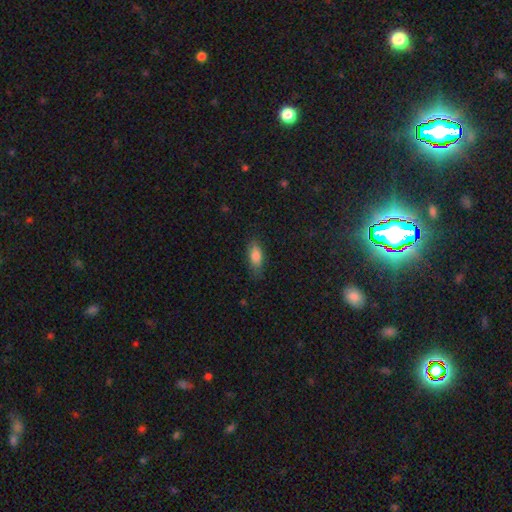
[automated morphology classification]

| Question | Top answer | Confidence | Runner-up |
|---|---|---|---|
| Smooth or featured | smooth | 83% | featured or disk (10%) |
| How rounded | in between | 81% | cigar-shaped (16%) |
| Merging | none | 75% | minor disturbance (19%) |